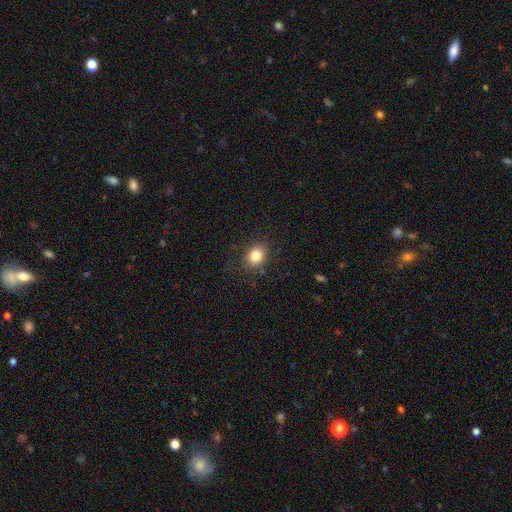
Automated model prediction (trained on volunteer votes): Smooth or featured?
  - smooth: 82% *
  - star or artifact: 11%
  - featured or disk: 7%
How rounded?
  - round: 60% *
  - in between: 39%
  - cigar-shaped: 1%
Merging?
  - none: 85% *
  - minor disturbance: 10%
  - major disturbance: 3%
  - merger: 1%